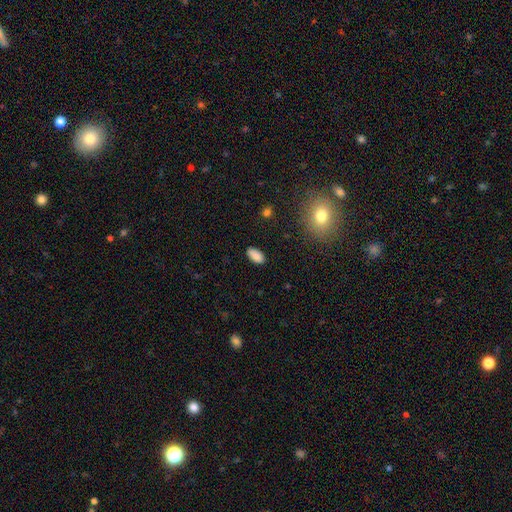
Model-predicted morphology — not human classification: Overall: smooth (86%). How rounded: in between (93%). Merging: none (85%).